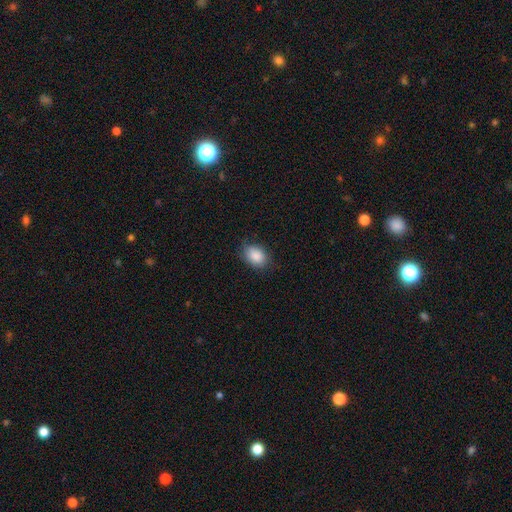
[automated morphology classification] The model was most divided on "how rounded": in between: 79%, round: 20%, cigar-shaped: 1%. More confident: smooth or featured — smooth (88%); merging — none (78%).